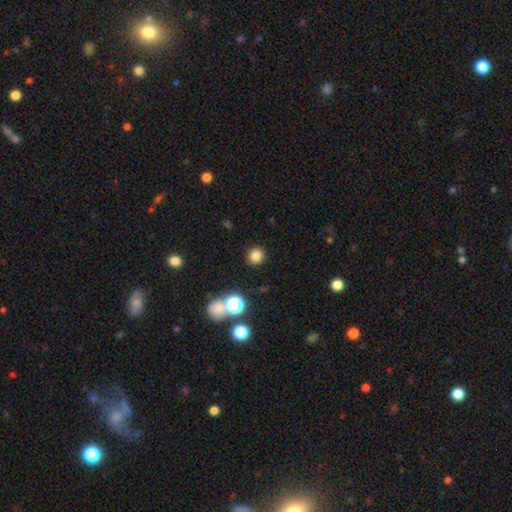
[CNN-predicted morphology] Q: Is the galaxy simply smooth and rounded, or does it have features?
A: smooth — 80%.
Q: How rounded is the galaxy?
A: round — 88%.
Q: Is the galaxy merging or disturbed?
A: none — 88%.